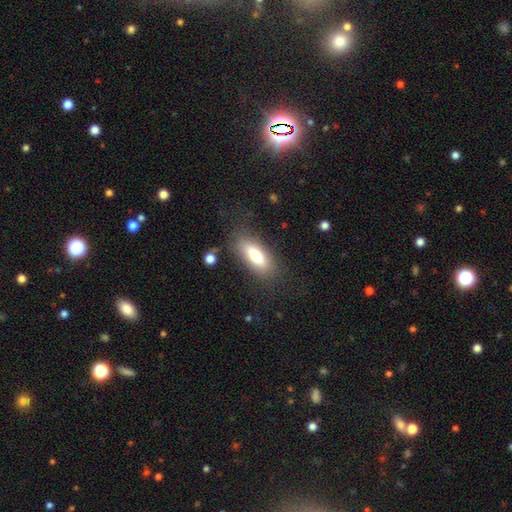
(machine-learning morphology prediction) Smooth or featured?
  - smooth: 77% *
  - featured or disk: 15%
  - star or artifact: 8%
How rounded?
  - in between: 70% *
  - cigar-shaped: 27%
  - round: 2%
Merging?
  - none: 78% *
  - minor disturbance: 14%
  - major disturbance: 6%
  - merger: 2%